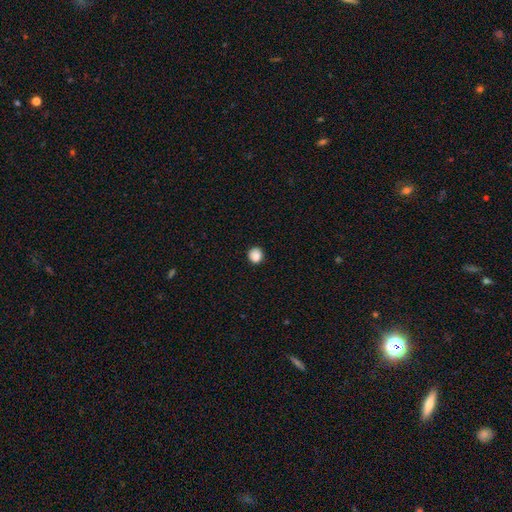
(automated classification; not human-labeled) Overall: smooth (88%). How rounded: round (88%). Merging: none (90%).